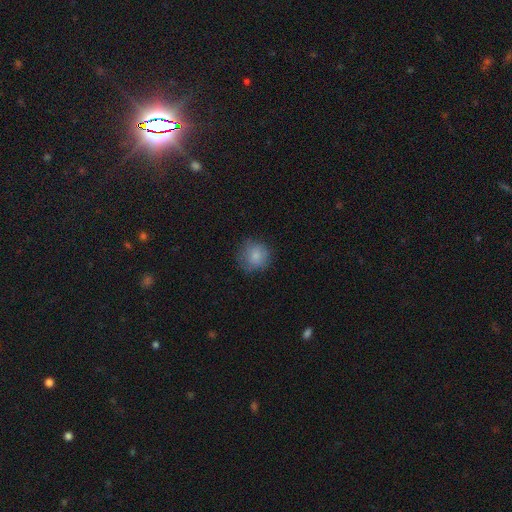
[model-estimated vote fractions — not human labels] A smooth galaxy with no disk features (81%) that is round (89%).

Vote fractions:
- Smooth or featured? smooth: 81% / featured or disk: 10% / star or artifact: 9%
- How rounded? round: 89% / in between: 10% / cigar-shaped: 1%
- Merging? none: 71% / minor disturbance: 21% / major disturbance: 7% / merger: 1%